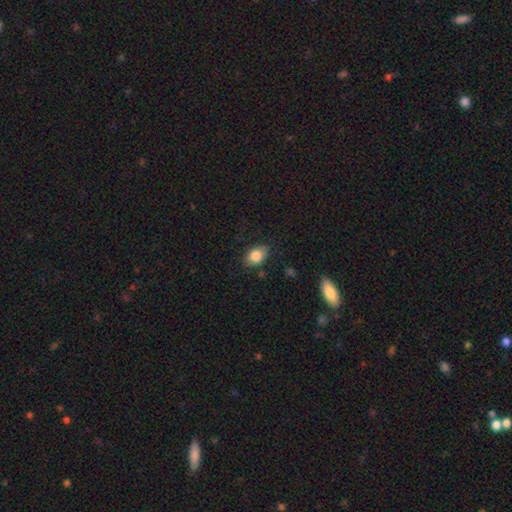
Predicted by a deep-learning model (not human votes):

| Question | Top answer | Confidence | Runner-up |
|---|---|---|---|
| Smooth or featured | smooth | 82% | featured or disk (10%) |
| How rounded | in between | 78% | round (20%) |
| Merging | none | 79% | minor disturbance (16%) |